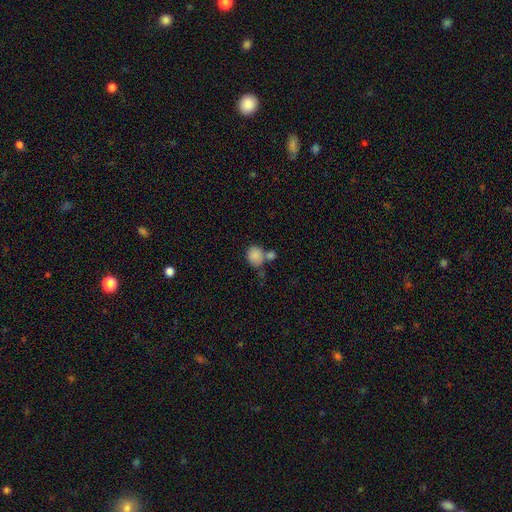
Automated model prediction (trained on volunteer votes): smooth-or-featured: smooth: 84% | star or artifact: 9% | featured or disk: 7%
  how-rounded: round: 62% | in between: 37% | cigar-shaped: 1%
  merging: merger: 41% | none: 39% | minor disturbance: 13% | major disturbance: 6%